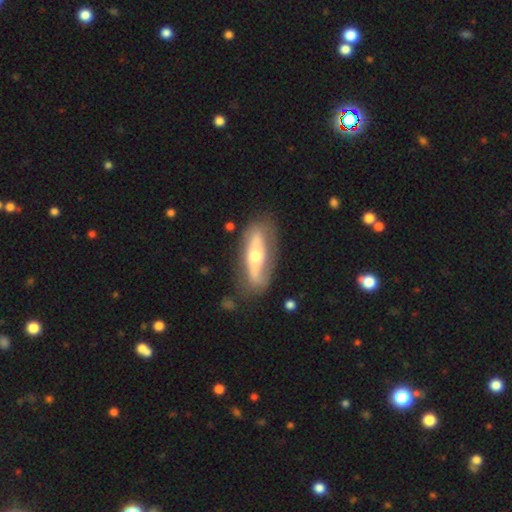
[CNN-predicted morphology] Smooth or featured?
  - featured or disk: 63% *
  - smooth: 32%
  - star or artifact: 5%
Edge-on disk?
  - no: 66% *
  - yes: 34%
Merging?
  - none: 72% *
  - minor disturbance: 18%
  - major disturbance: 7%
  - merger: 3%